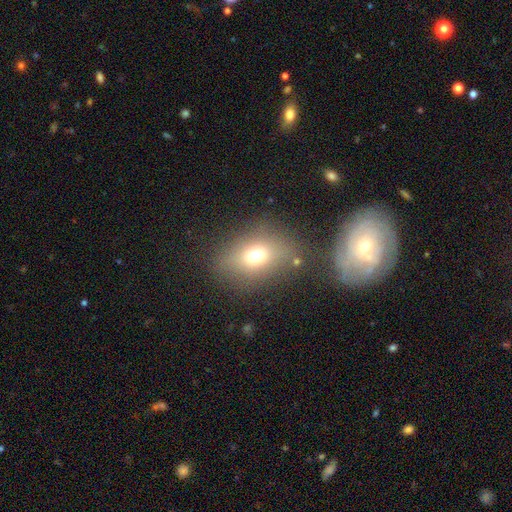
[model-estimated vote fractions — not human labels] Smooth or featured? Predicted: smooth (p=0.68). How rounded? Predicted: in between (p=0.62). Merging? Predicted: none (p=0.74).